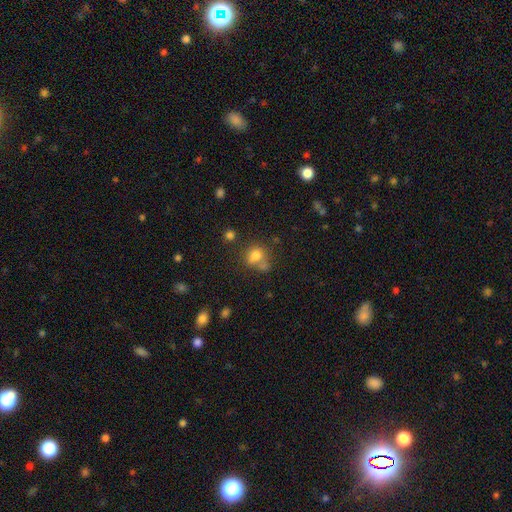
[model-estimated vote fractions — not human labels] Overall: smooth (77%). How rounded: round (60%; in between 38%). Merging: none (47%; merger 27%).